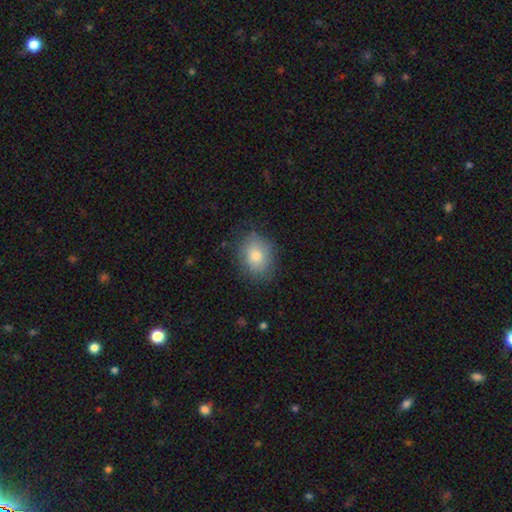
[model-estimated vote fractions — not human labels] This appears to be a smooth galaxy with no disk features (79%) that is in between round and cigar-shaped (61%). Merging: none (79%).